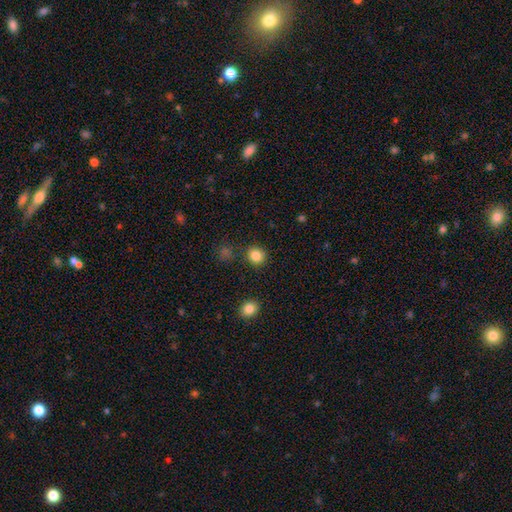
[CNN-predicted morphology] smooth 85%, star or artifact 11%, featured or disk 4%. Down the decision tree: how rounded — round (86%); merging — none (87%).